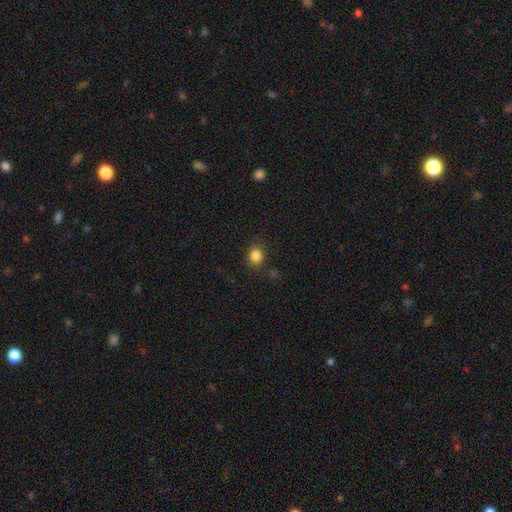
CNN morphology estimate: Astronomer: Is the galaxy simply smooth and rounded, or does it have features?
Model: smooth — 85%.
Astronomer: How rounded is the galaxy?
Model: round — 58% (runner-up: in between, 41%).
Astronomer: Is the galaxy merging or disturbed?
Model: none — 85%.